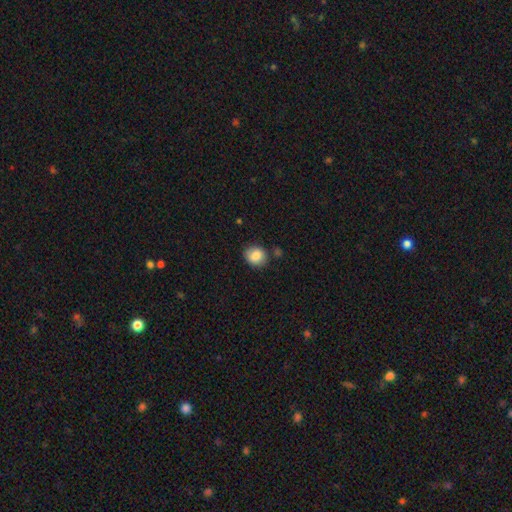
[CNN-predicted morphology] Overall: smooth (86%). How rounded: round (73%). Merging: none (77%).